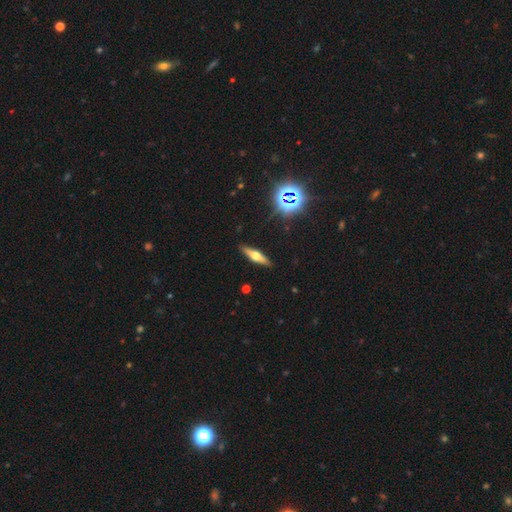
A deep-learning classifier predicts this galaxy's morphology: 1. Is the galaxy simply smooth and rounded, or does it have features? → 58% featured or disk, 32% smooth, 11% star or artifact.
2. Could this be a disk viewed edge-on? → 94% yes, 6% no.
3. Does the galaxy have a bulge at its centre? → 93% rounded, 5% boxy, 2% none.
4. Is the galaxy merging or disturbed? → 90% none, 7% minor disturbance, 2% major disturbance, 1% merger.